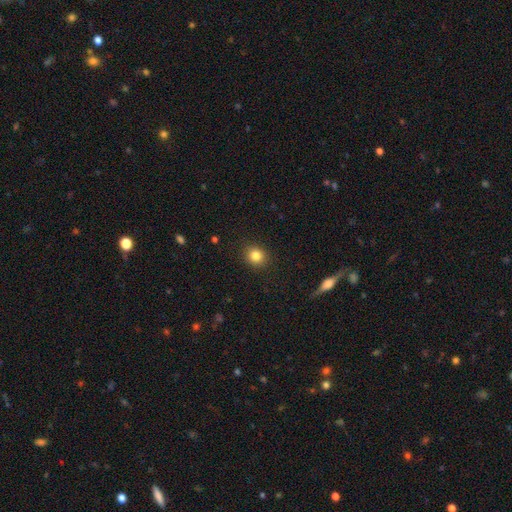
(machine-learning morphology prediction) The model was most divided on "how rounded": round: 79%, in between: 21%, cigar-shaped: 1%. More confident: merging — none (90%); smooth or featured — smooth (83%).